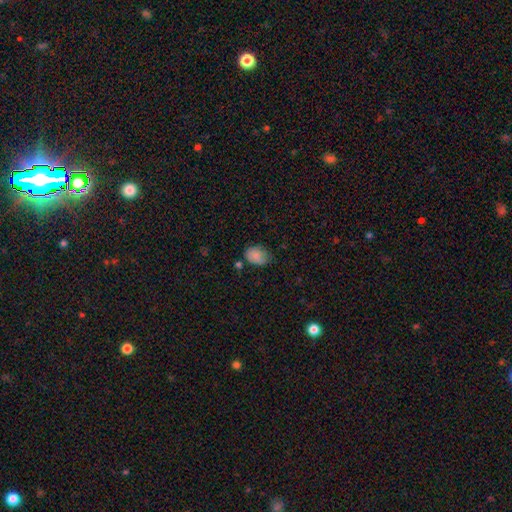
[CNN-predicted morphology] smooth_or_featured: smooth (p=0.85) [alt: star or artifact p=0.09]
how_rounded: in between (p=0.73) [alt: round p=0.26]
merging: none (p=0.58) [alt: minor disturbance p=0.30]